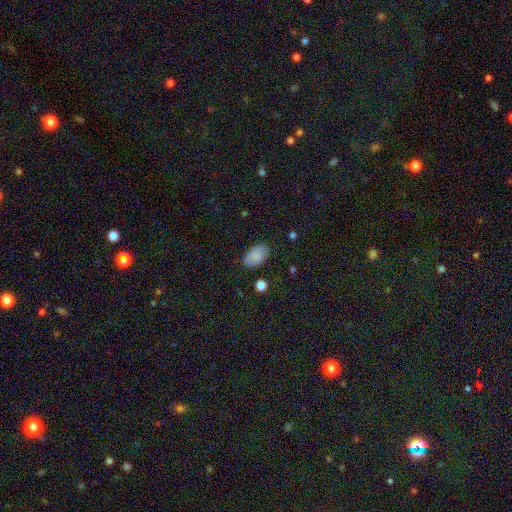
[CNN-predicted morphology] A smooth galaxy with no disk features (85%) that is in between round and cigar-shaped (92%).

Vote fractions:
- Smooth or featured? smooth: 85% / star or artifact: 8% / featured or disk: 8%
- How rounded? in between: 92% / round: 6% / cigar-shaped: 1%
- Merging? none: 80% / minor disturbance: 14% / major disturbance: 3% / merger: 2%